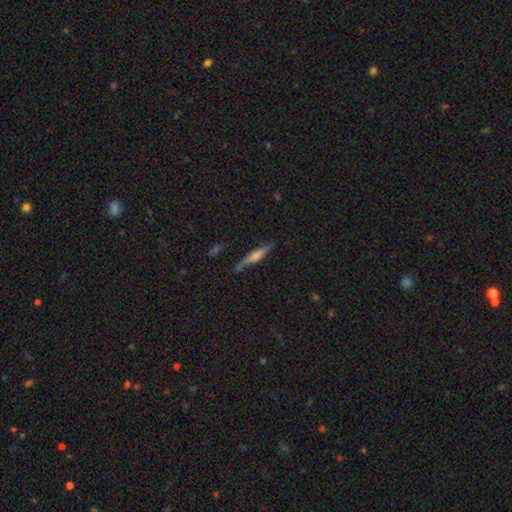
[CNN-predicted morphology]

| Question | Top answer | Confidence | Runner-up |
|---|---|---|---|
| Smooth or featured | featured or disk | 54% | smooth (39%) |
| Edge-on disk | yes | 93% | no (7%) |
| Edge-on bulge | rounded | 54% | boxy (25%) |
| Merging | none | 78% | minor disturbance (16%) |